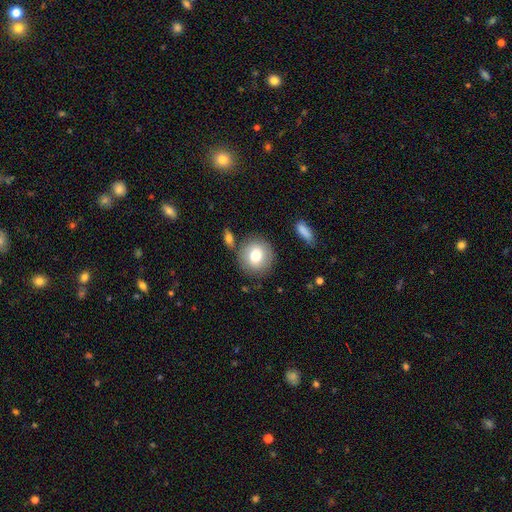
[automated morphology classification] This is likely a smooth galaxy (76%). How rounded: clearly round (90%). Merging: likely none (80%).